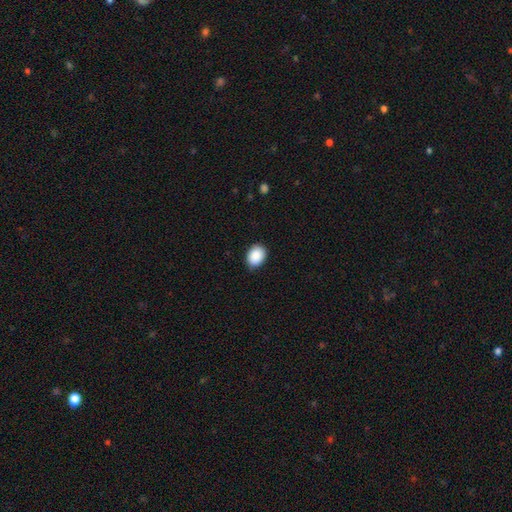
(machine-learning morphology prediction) A smooth galaxy with no disk features (90%) that is in between round and cigar-shaped (65%).

Vote fractions:
- Smooth or featured? smooth: 90% / star or artifact: 7% / featured or disk: 3%
- How rounded? in between: 65% / round: 34% / cigar-shaped: 1%
- Merging? none: 86% / minor disturbance: 11% / major disturbance: 2% / merger: 1%